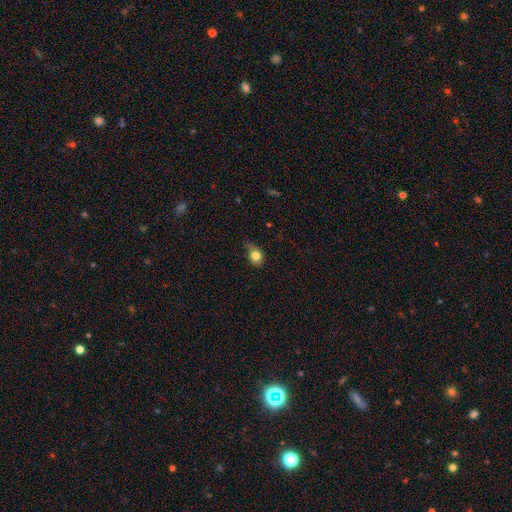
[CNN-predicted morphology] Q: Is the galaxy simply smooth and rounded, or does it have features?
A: smooth — 80%.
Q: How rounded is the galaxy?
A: in between — 51%.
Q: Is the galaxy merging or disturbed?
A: none — 45%.